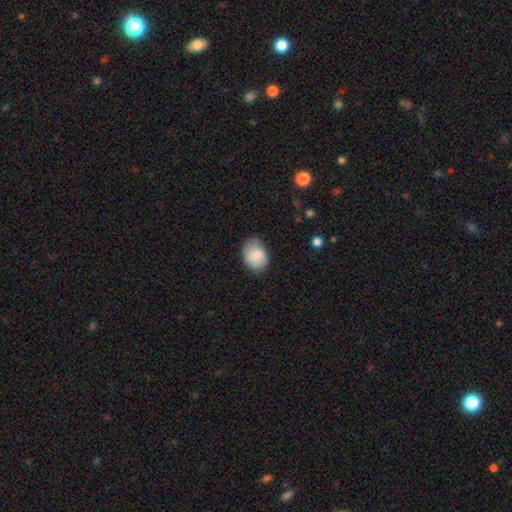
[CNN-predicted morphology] type=smooth (81%); roundness=in between (64%); merging=none (66%).